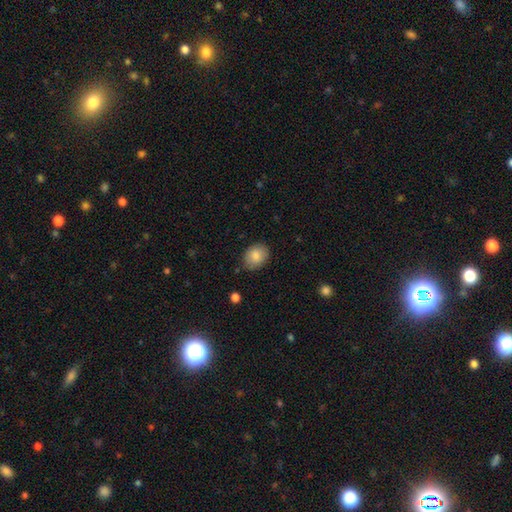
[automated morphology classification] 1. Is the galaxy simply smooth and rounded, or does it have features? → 85% smooth, 8% featured or disk, 7% star or artifact.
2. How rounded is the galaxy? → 57% in between, 42% round, 1% cigar-shaped.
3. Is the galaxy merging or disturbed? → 82% none, 14% minor disturbance, 3% major disturbance, 1% merger.